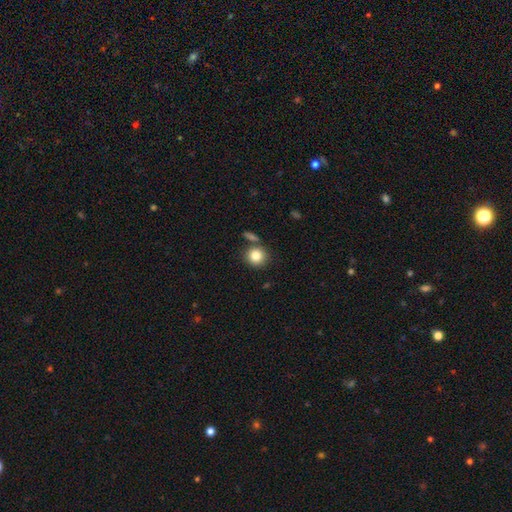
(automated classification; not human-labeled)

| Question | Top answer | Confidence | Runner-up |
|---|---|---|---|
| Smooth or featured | smooth | 83% | star or artifact (10%) |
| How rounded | round | 89% | in between (10%) |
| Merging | none | 73% | merger (13%) |